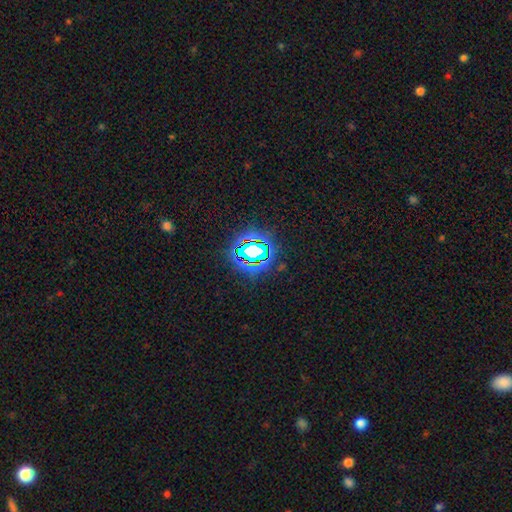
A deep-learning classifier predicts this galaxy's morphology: A star or artifact, not a galaxy (80%).

Vote fractions:
- Smooth or featured? star or artifact: 80% / smooth: 12% / featured or disk: 8%